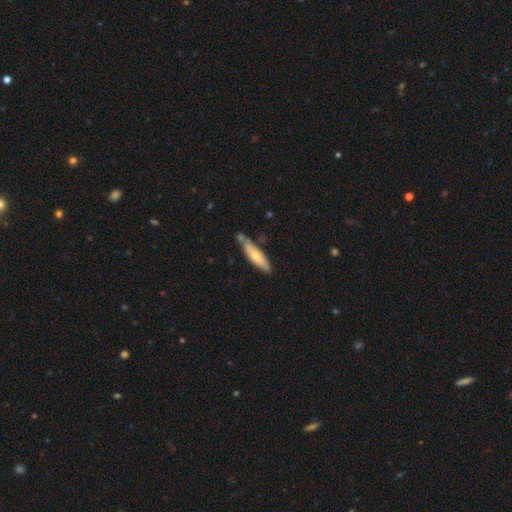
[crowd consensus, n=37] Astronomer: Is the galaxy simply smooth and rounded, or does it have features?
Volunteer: smooth — 68%.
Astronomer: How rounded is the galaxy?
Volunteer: in between — 56% (runner-up: cigar-shaped, 40%).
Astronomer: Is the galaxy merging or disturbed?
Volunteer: none — 47% (runner-up: minor disturbance, 31%).